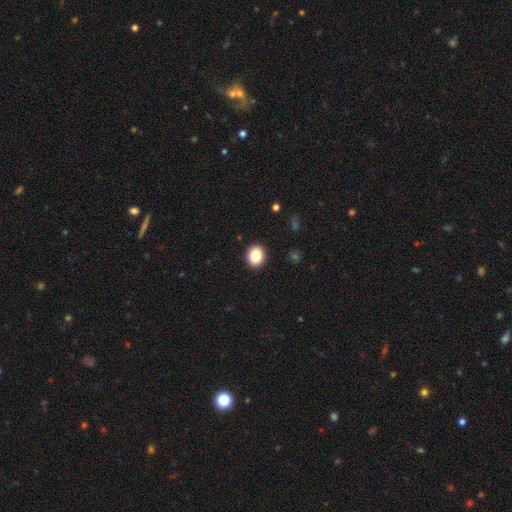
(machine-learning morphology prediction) Smooth or featured? Predicted: smooth (p=0.86). How rounded? Predicted: round (p=0.62). Merging? Predicted: none (p=0.92).